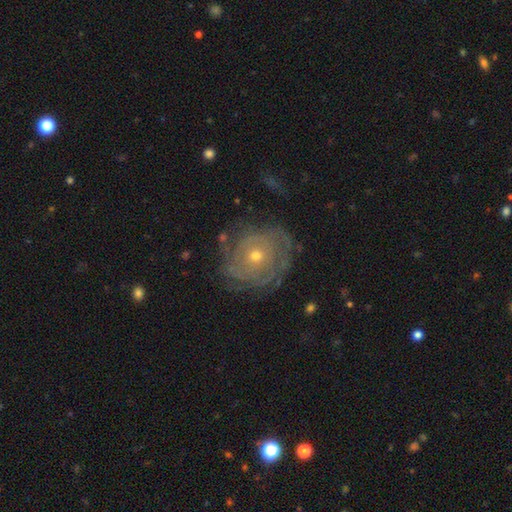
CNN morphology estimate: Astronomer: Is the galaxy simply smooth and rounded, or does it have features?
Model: featured or disk — 76%.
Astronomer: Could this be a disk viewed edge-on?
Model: no — 97%.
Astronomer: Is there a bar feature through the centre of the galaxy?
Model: no — 84%.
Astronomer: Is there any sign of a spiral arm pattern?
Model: yes — 83%.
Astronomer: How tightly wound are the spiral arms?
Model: tight — 75%.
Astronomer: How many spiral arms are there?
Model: can't tell — 50%.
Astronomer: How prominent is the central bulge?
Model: small — 52% (runner-up: moderate, 45%).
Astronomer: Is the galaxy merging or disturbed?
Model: none — 73%.